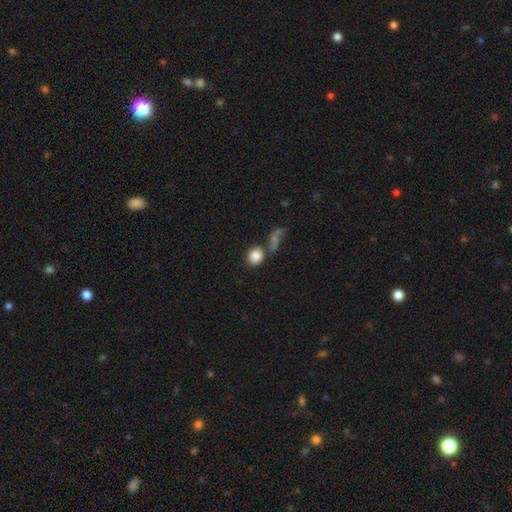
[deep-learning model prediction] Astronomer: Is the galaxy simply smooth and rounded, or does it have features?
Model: smooth — 84%.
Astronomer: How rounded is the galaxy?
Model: round — 64%.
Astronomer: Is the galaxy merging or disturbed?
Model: none — 57%.